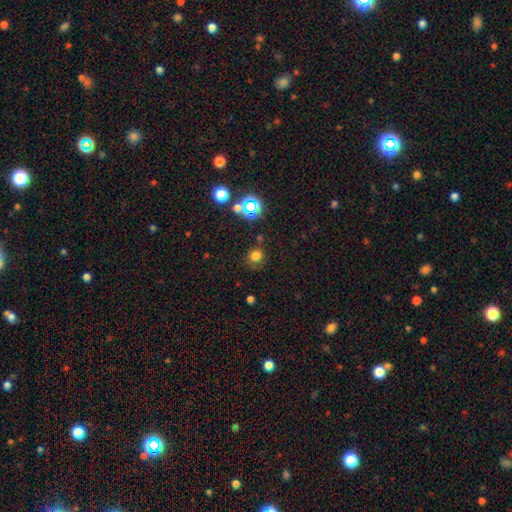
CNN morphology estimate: This is likely a smooth galaxy (71%). How rounded: likely round (80%). Merging: likely none (73%).